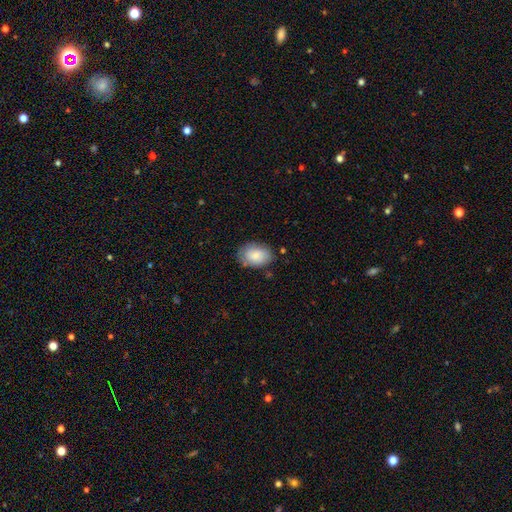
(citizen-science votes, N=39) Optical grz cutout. It shows a smooth galaxy with no disk features (90%) that is in between round and cigar-shaped (91%). Merging: none (71%).